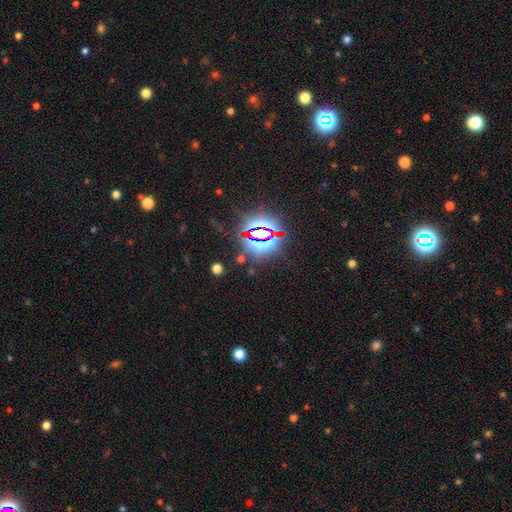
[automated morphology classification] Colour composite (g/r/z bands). It shows a star or artifact, not a galaxy (83%).